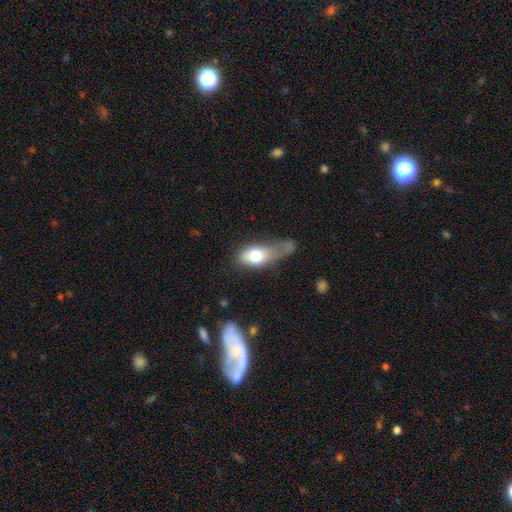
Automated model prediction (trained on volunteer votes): This is likely a smooth galaxy (70%). How rounded: clearly in between (83%). Merging: marginally major disturbance (45%).